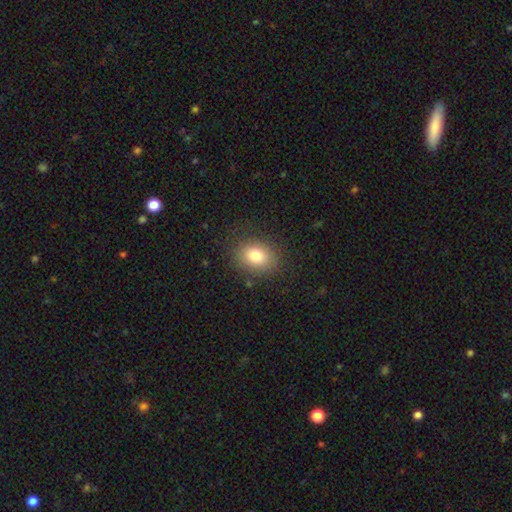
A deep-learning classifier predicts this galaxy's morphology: This appears to be a smooth galaxy with no disk features (78%) that is round (54%). Merging: none (85%).